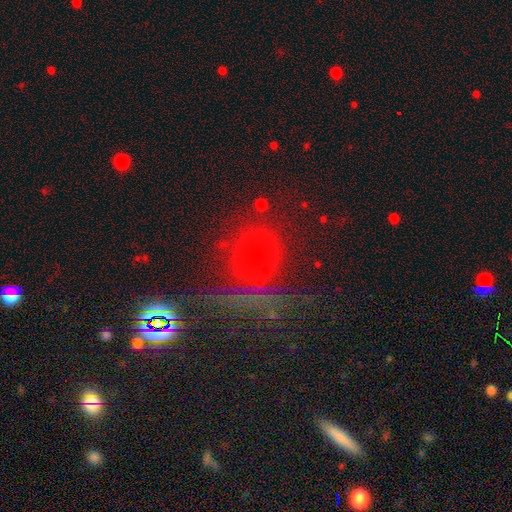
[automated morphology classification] Smooth or featured? Predicted: smooth (p=0.58). How rounded? Predicted: round (p=0.81). Merging? Predicted: none (p=0.74).